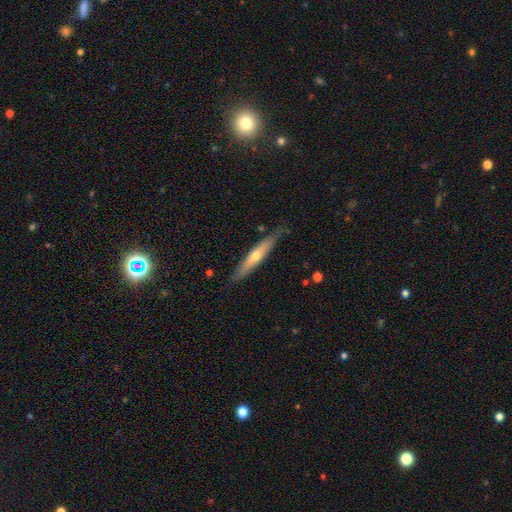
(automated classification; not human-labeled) Overall: featured or disk (54%; smooth 40%). Edge-on disk: yes (89%). Merging: none (81%).